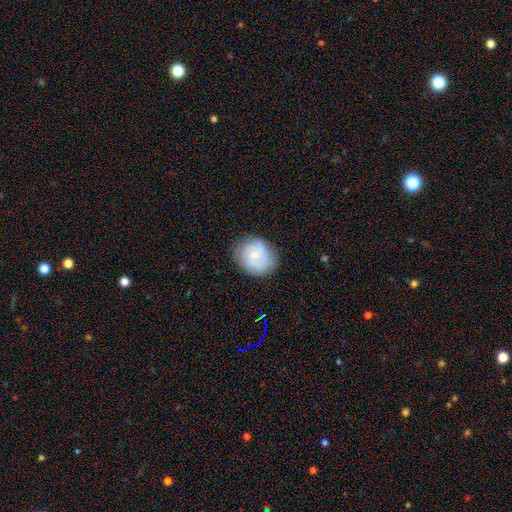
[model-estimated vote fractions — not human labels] Morphology: type=featured or disk (50%); edge-on=no (98%); merging=none (70%).